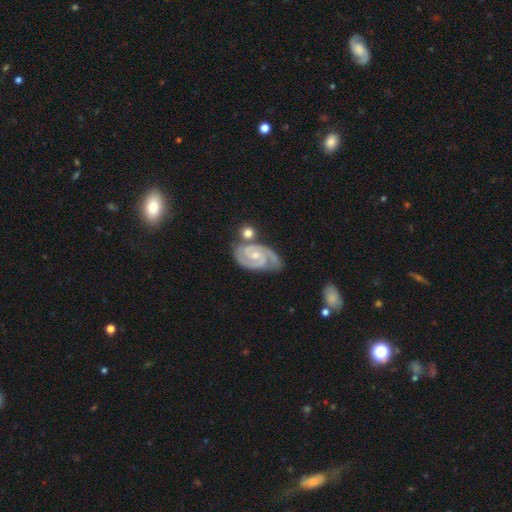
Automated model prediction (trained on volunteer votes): Smooth or featured? Predicted: featured or disk (p=0.91). Edge-on disk? Predicted: no (p=0.97). Bar? Predicted: no (p=0.54). Spiral arms? Predicted: yes (p=0.98). Spiral winding? Predicted: tight (p=0.67). Spiral arm count? Predicted: 2 (p=0.89). Bulge size? Predicted: small (p=0.56). Merging? Predicted: none (p=0.66).